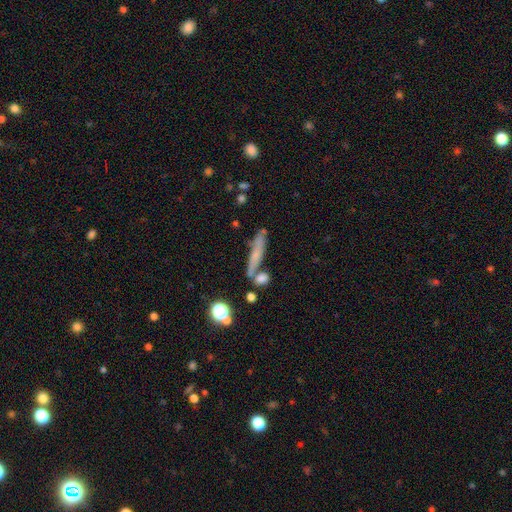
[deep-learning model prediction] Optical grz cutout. It shows a smooth galaxy with no disk features (57%) that is cigar-shaped (81%). Merging: none (62%).